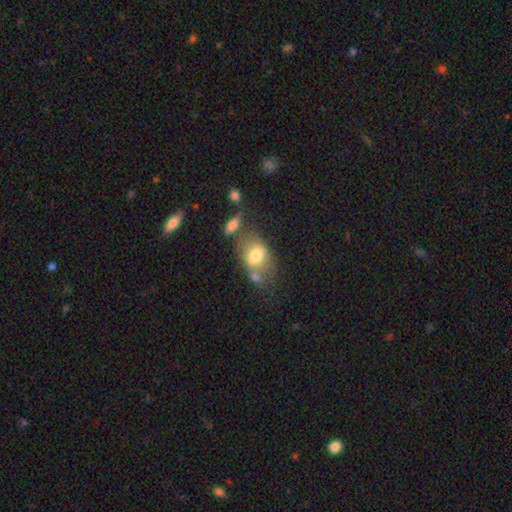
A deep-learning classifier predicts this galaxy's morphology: This is likely a smooth galaxy (67%). How rounded: likely in between (75%). Merging: marginally none (42%).